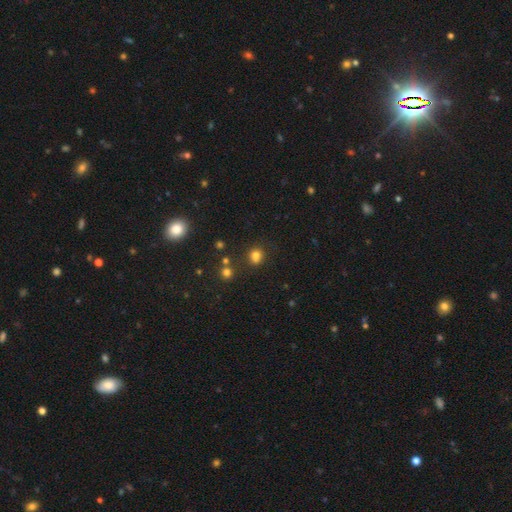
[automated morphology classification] smooth_or_featured: smooth (p=0.78) [alt: star or artifact p=0.16]
how_rounded: round (p=0.74) [alt: in between p=0.25]
merging: none (p=0.72) [alt: minor disturbance p=0.13]